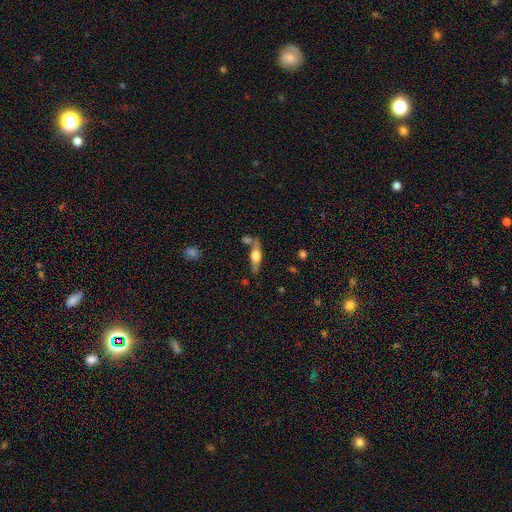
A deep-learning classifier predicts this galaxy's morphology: smooth-or-featured: featured or disk: 53% | smooth: 41% | star or artifact: 6%
  disk-edge-on: yes: 88% | no: 12%
  merging: none: 65% | merger: 15% | minor disturbance: 15% | major disturbance: 5%